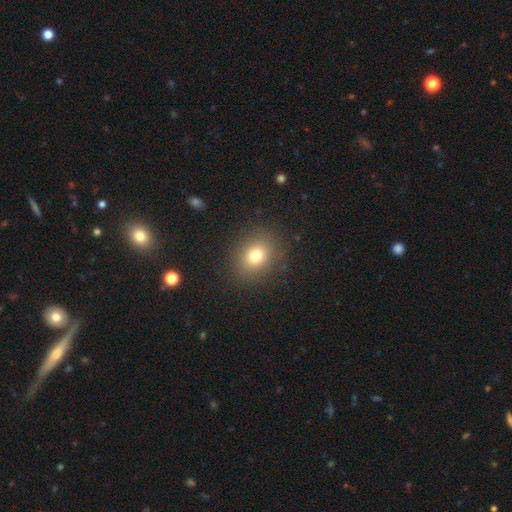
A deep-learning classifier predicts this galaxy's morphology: This appears to be a smooth galaxy with no disk features (76%) that is round (61%). Merging: none (88%).